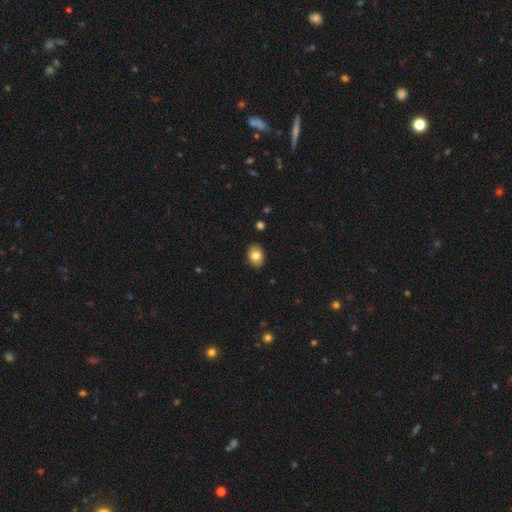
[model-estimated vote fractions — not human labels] Smooth or featured? smooth (81%)
How rounded? in between (79%)
Merging? none (88%)